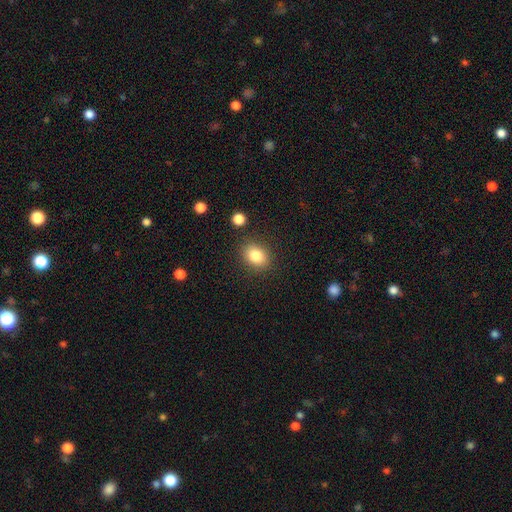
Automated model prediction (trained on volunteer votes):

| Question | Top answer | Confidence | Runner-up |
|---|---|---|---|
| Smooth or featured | smooth | 83% | star or artifact (10%) |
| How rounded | in between | 59% | round (40%) |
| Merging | none | 85% | minor disturbance (10%) |